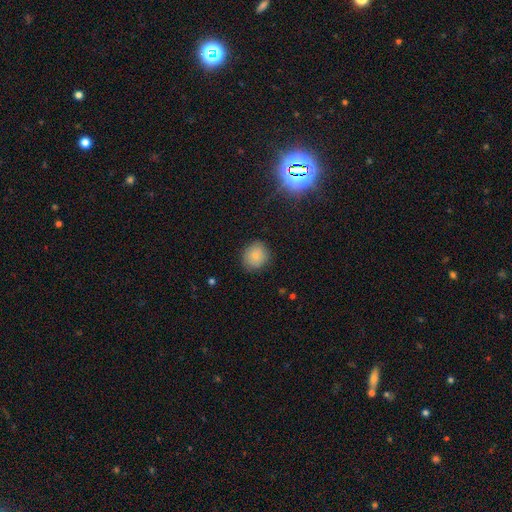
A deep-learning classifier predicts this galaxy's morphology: Smooth or featured? Predicted: smooth (p=0.81). How rounded? Predicted: round (p=0.82). Merging? Predicted: none (p=0.84).